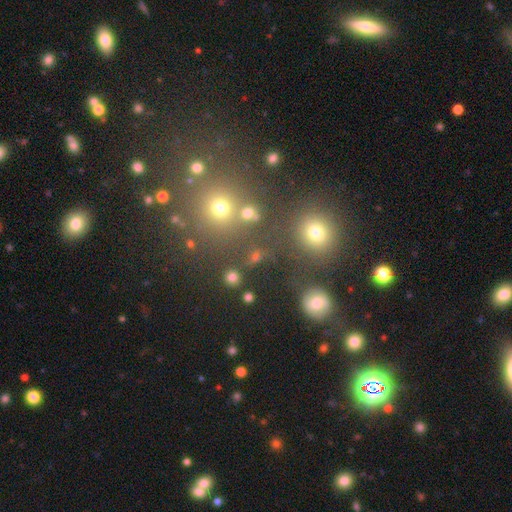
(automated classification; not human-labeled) smooth_or_featured: smooth (p=0.62) [alt: star or artifact p=0.29]
how_rounded: round (p=0.78) [alt: in between p=0.19]
merging: none (p=0.77) [alt: merger p=0.09]